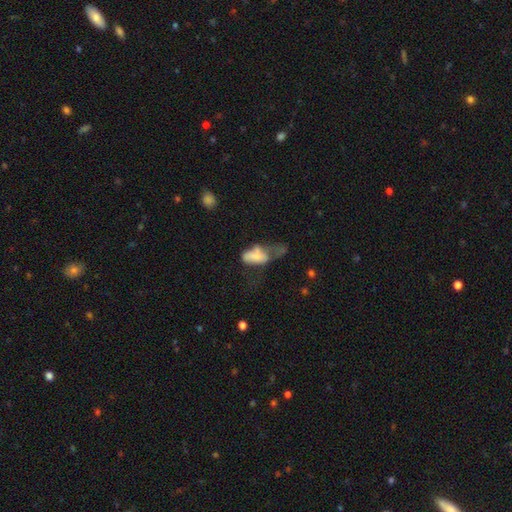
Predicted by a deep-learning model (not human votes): The model was most divided on "merging": major disturbance: 46%, merger: 22%, minor disturbance: 18%, none: 14%. More confident: how rounded — in between (89%); smooth or featured — smooth (64%).